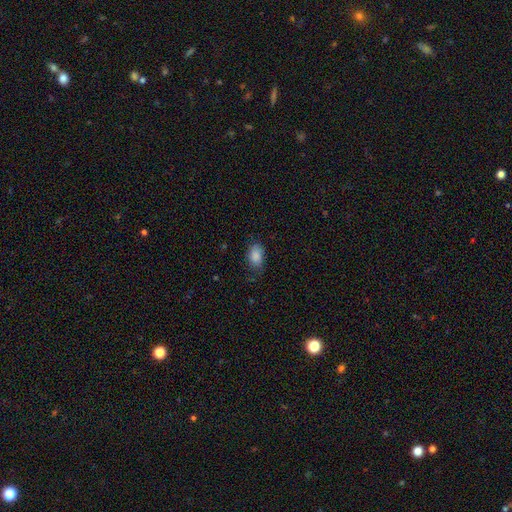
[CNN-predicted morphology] The model was most divided on "merging": none: 67%, minor disturbance: 26%, major disturbance: 6%, merger: 1%. More confident: how rounded — in between (87%); smooth or featured — smooth (86%).